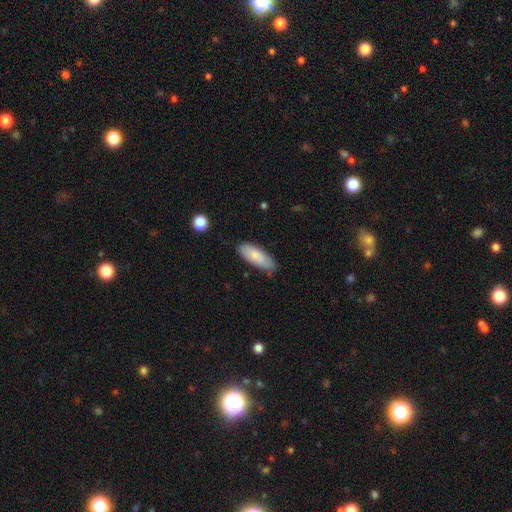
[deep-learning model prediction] Smooth or featured?
  - smooth: 82% *
  - featured or disk: 13%
  - star or artifact: 6%
How rounded?
  - in between: 70% *
  - cigar-shaped: 28%
  - round: 2%
Merging?
  - none: 72% *
  - minor disturbance: 23%
  - major disturbance: 3%
  - merger: 2%